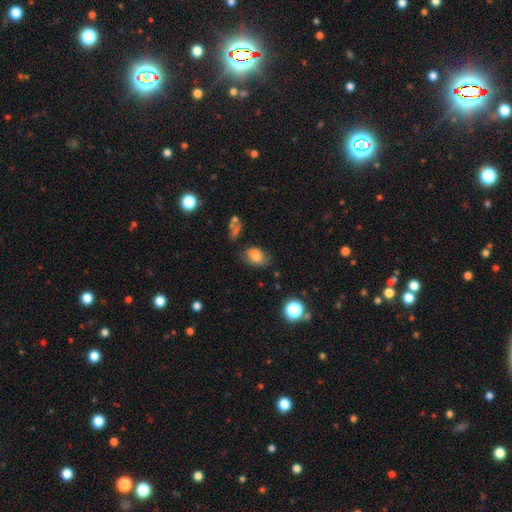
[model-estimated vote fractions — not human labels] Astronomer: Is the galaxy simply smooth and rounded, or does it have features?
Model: smooth — 76%.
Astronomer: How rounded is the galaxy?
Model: in between — 83%.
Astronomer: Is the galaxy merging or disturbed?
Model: none — 65%.